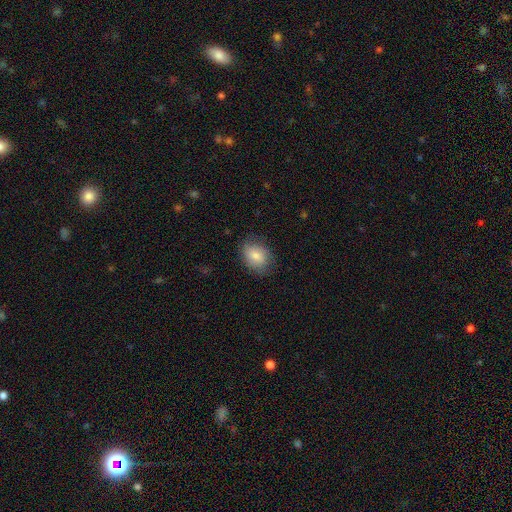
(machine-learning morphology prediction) This is clearly a smooth galaxy (81%). How rounded: likely in between (66%). Merging: likely none (79%).